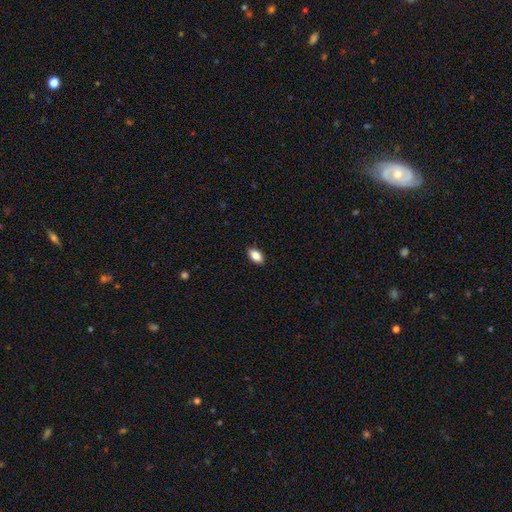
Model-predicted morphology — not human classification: Smooth or featured? smooth (86%)
How rounded? in between (91%)
Merging? none (88%)